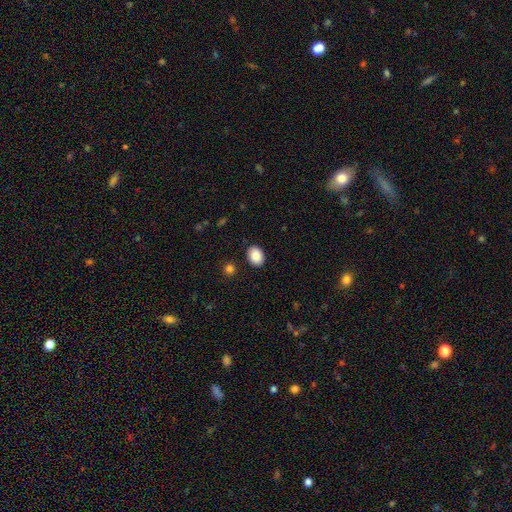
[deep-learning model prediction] Smooth or featured?
  - smooth: 89% *
  - star or artifact: 7%
  - featured or disk: 4%
How rounded?
  - in between: 73% *
  - round: 26%
  - cigar-shaped: 1%
Merging?
  - none: 88% *
  - minor disturbance: 8%
  - major disturbance: 2%
  - merger: 2%